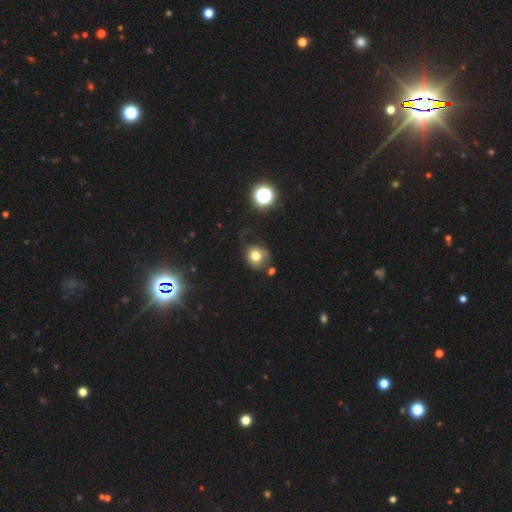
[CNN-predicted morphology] Q: Smooth or featured?
A: smooth (72%); runner-up: featured or disk (15%)
Q: How rounded?
A: round (70%); runner-up: in between (29%)
Q: Merging?
A: none (51%); runner-up: minor disturbance (27%)